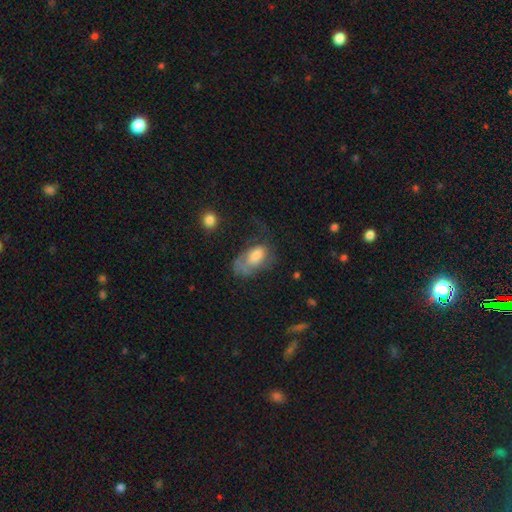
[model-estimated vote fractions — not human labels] The model was most divided on "merging": major disturbance: 42%, none: 30%, minor disturbance: 25%, merger: 3%. More confident: how rounded — in between (91%); smooth or featured — smooth (53%).